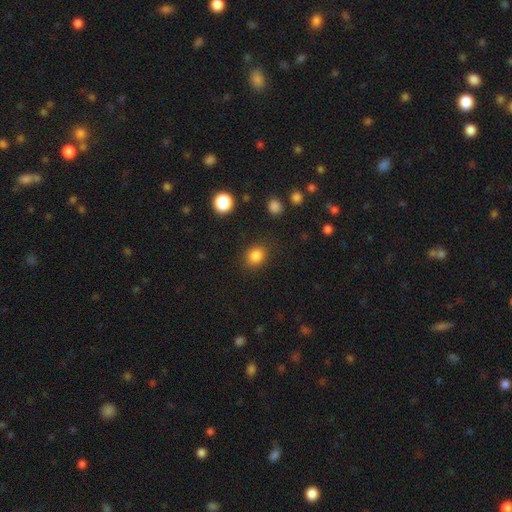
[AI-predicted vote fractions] Morphology: type=smooth (84%); roundness=round (62%); merging=none (85%).